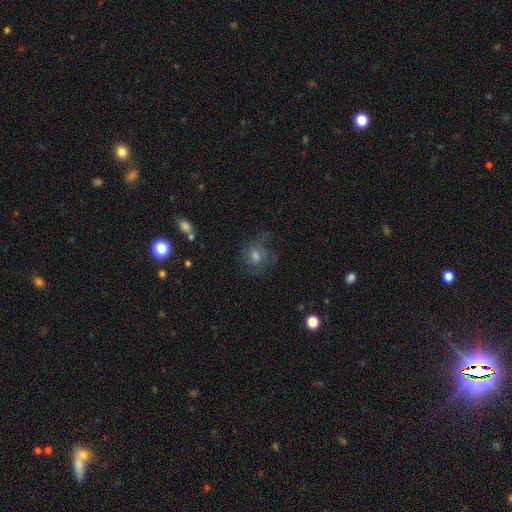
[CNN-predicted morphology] Overall: featured or disk (46%; smooth 34%). Merging: none (61%).